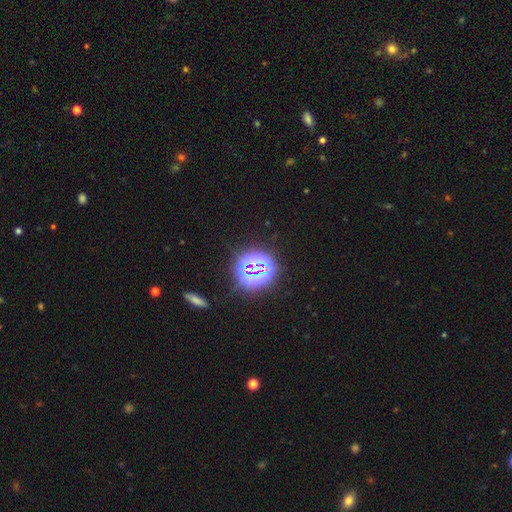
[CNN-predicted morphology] smooth_or_featured: star or artifact (p=0.80) [alt: smooth p=0.14]